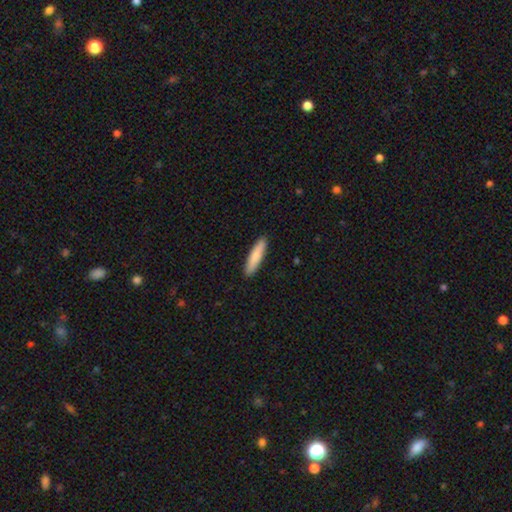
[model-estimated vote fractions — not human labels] Morphology: type=smooth (82%); roundness=cigar-shaped (83%); merging=none (91%).